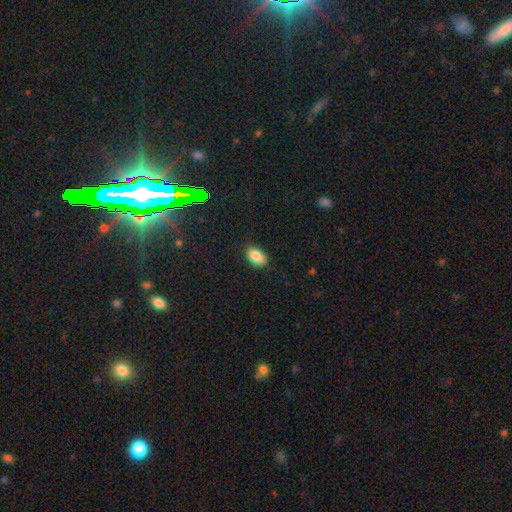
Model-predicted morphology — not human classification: Q: Smooth or featured?
A: smooth (85%); runner-up: star or artifact (9%)
Q: How rounded?
A: in between (86%); runner-up: round (13%)
Q: Merging?
A: none (81%); runner-up: minor disturbance (16%)